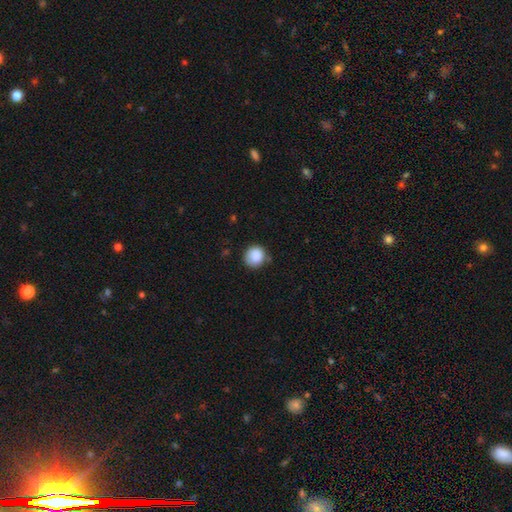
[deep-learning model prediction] Overall: smooth (86%). How rounded: round (87%). Merging: none (73%).